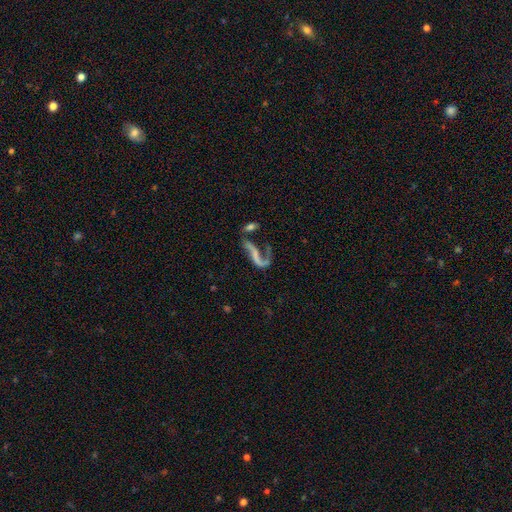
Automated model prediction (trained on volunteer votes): smooth_or_featured: featured or disk (p=0.64) [alt: smooth p=0.24]
disk_edge_on: no (p=0.88) [alt: yes p=0.12]
bar: no (p=0.53) [alt: strong p=0.24]
has_spiral_arms: yes (p=0.68) [alt: no p=0.32]
bulge_size: none (p=0.62) [alt: small p=0.25]
merging: major disturbance (p=0.34) [alt: none p=0.29]